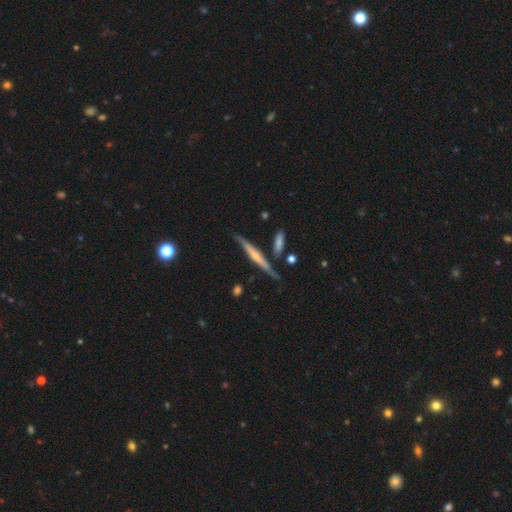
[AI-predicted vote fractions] Morphology: type=featured or disk (65%); edge-on=yes (95%); edge-on bulge=rounded (55%); merging=none (77%).